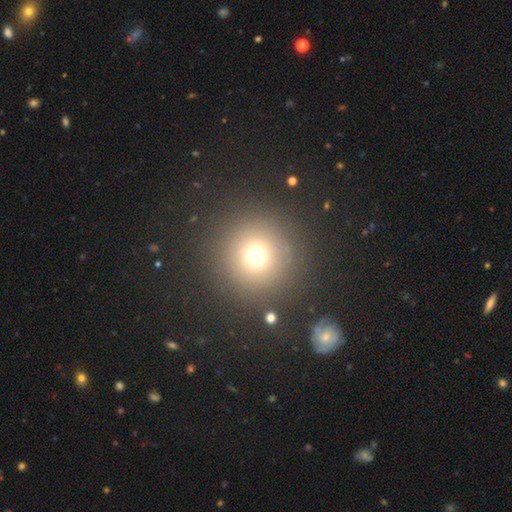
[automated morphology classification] type=smooth (70%); roundness=round (95%); merging=none (86%).